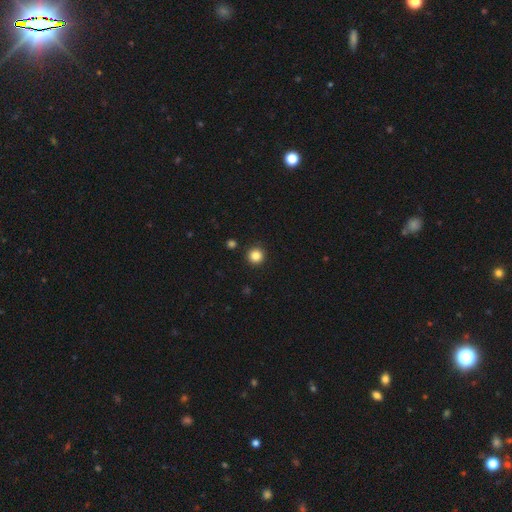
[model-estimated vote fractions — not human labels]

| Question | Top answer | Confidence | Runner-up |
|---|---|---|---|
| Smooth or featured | smooth | 85% | star or artifact (11%) |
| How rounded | round | 96% | in between (3%) |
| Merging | none | 92% | minor disturbance (5%) |